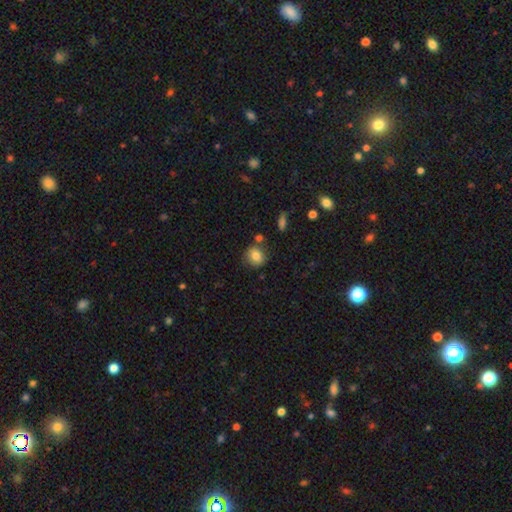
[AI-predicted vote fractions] The model was most divided on "how rounded": round: 78%, in between: 21%, cigar-shaped: 1%. More confident: smooth or featured — smooth (81%); merging — none (74%).